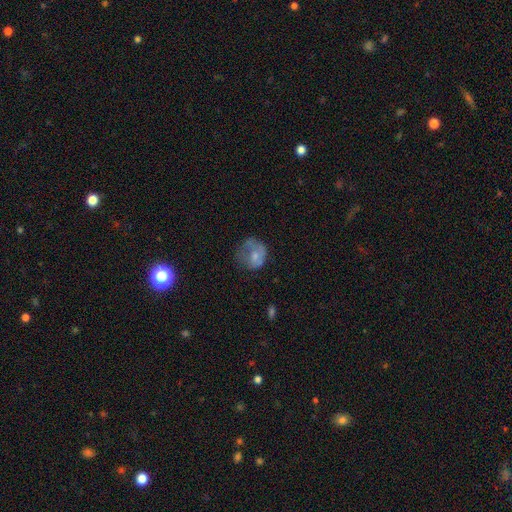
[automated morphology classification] Smooth or featured? Predicted: smooth (p=0.56). How rounded? Predicted: round (p=0.64). Merging? Predicted: major disturbance (p=0.40).